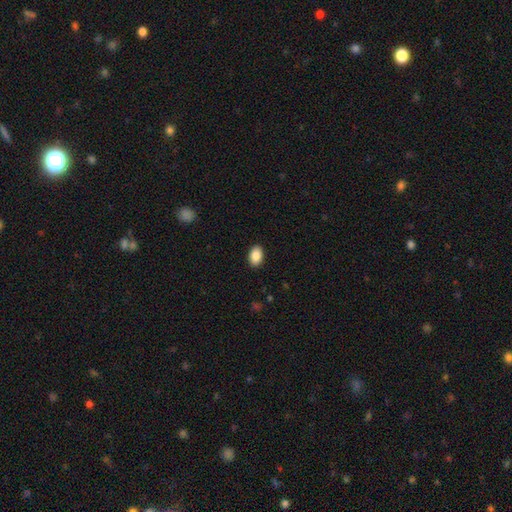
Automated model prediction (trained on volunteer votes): smooth_or_featured: smooth (p=0.89) [alt: star or artifact p=0.07]
how_rounded: in between (p=0.90) [alt: round p=0.09]
merging: none (p=0.90) [alt: minor disturbance p=0.07]